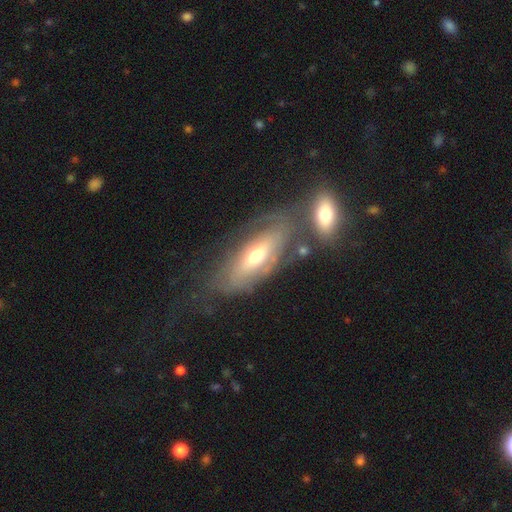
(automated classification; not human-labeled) Q: Smooth or featured?
A: featured or disk (57%); runner-up: smooth (36%)
Q: Edge-on disk?
A: no (72%); runner-up: yes (28%)
Q: Merging?
A: none (46%); runner-up: minor disturbance (21%)